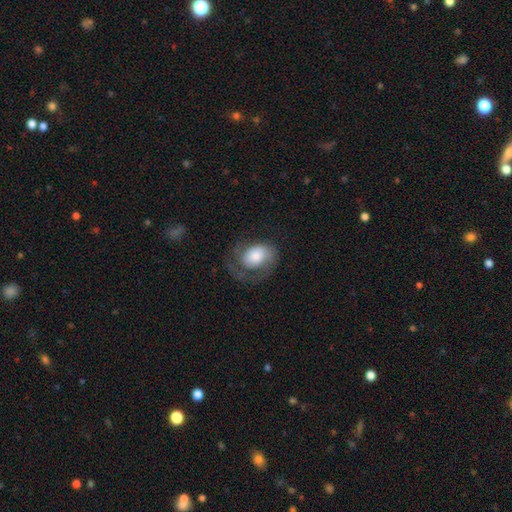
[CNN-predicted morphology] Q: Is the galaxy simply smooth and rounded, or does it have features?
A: featured or disk — 48%.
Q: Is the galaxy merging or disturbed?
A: none — 44%.